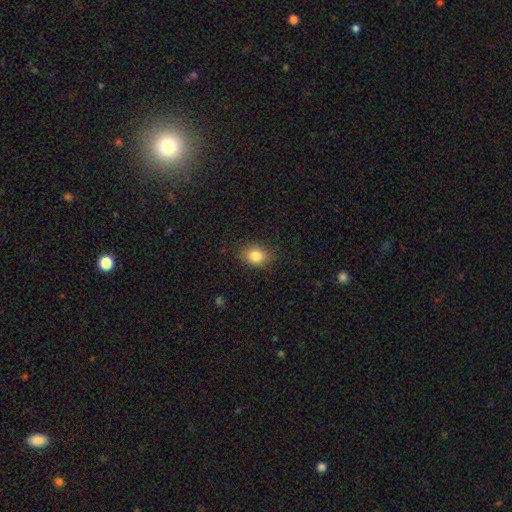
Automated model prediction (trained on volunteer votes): This is clearly a smooth galaxy (84%). How rounded: possibly in between (60%). Merging: clearly none (85%).